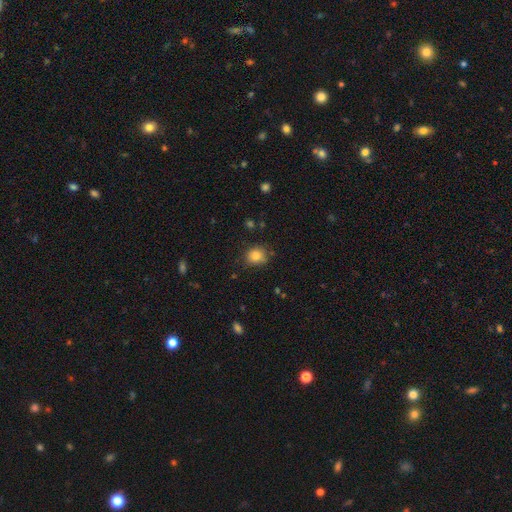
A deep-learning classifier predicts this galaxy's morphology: This appears to be a smooth galaxy with no disk features (83%) that is round (78%). Merging: none (76%).